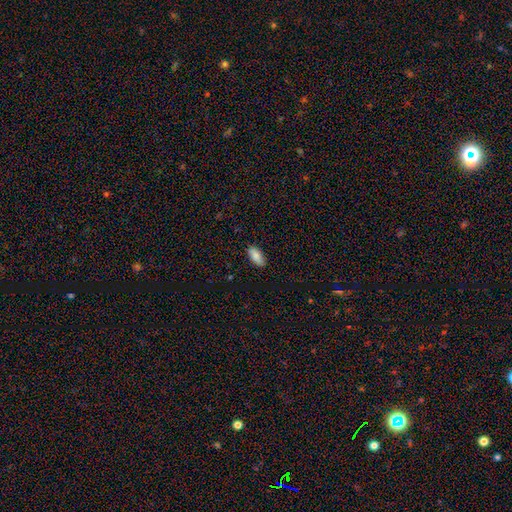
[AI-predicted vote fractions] Q: Smooth or featured?
A: smooth (88%); runner-up: star or artifact (7%)
Q: How rounded?
A: in between (89%); runner-up: cigar-shaped (9%)
Q: Merging?
A: none (86%); runner-up: minor disturbance (11%)